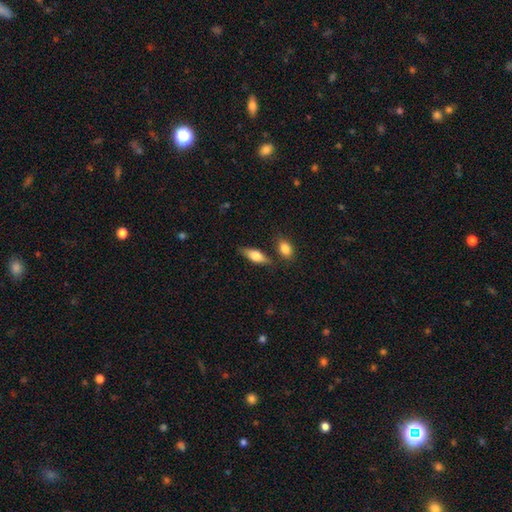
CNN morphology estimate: This is likely a smooth galaxy (68%). How rounded: likely in between (69%). Merging: likely none (74%).